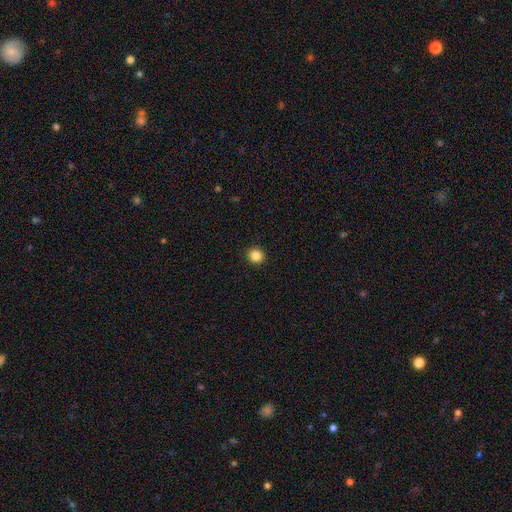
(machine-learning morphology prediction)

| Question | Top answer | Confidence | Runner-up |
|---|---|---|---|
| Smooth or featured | smooth | 85% | star or artifact (11%) |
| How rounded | round | 92% | in between (7%) |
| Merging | none | 93% | minor disturbance (4%) |